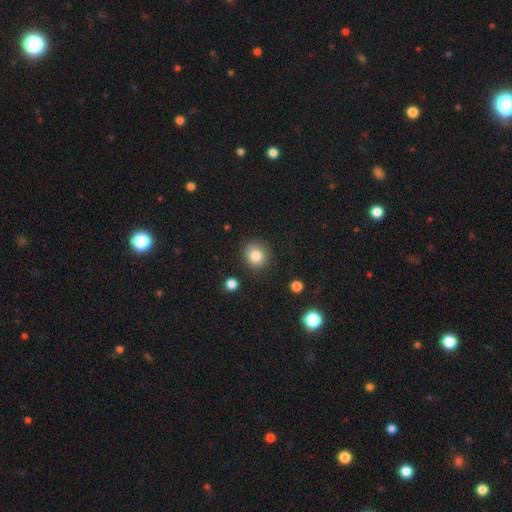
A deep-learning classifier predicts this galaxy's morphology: This appears to be a smooth galaxy with no disk features (83%) that is round (85%). Merging: none (87%).